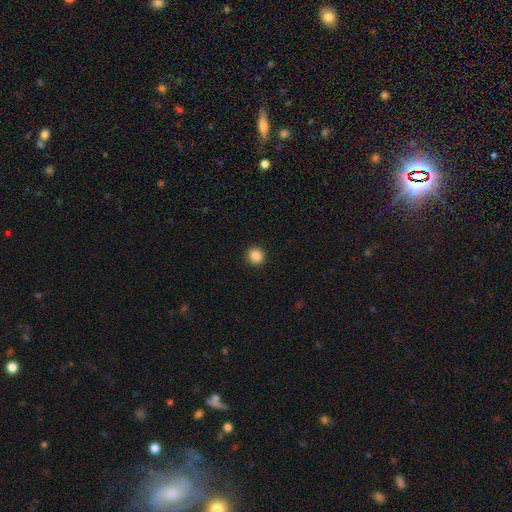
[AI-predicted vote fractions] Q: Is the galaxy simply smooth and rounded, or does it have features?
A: smooth — 87%.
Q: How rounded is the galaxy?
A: round — 89%.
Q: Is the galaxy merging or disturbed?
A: none — 92%.